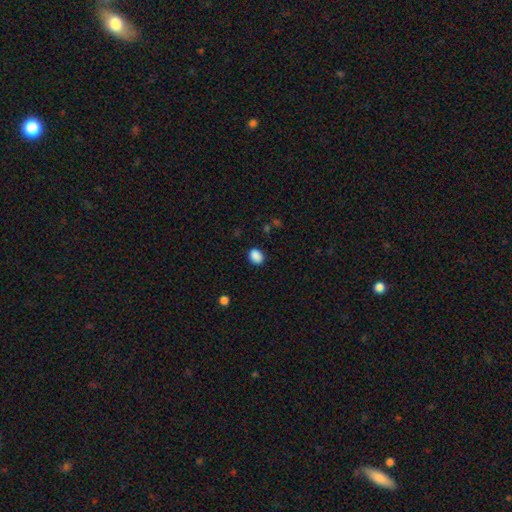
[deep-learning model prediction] This appears to be a smooth galaxy with no disk features (89%) that is in between round and cigar-shaped (63%). Merging: none (86%).